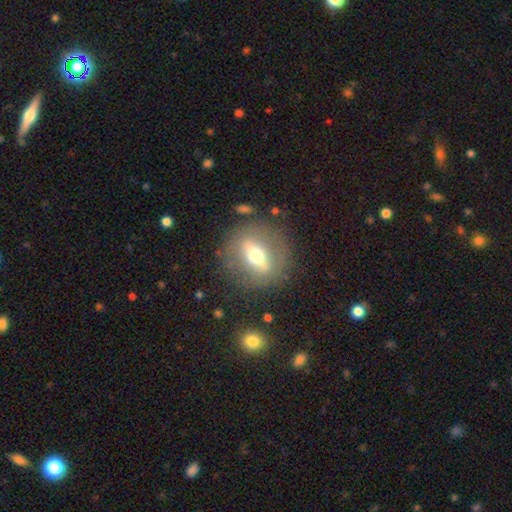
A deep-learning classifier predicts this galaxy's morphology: type=featured or disk (59%); edge-on=no (67%); merging=none (81%).